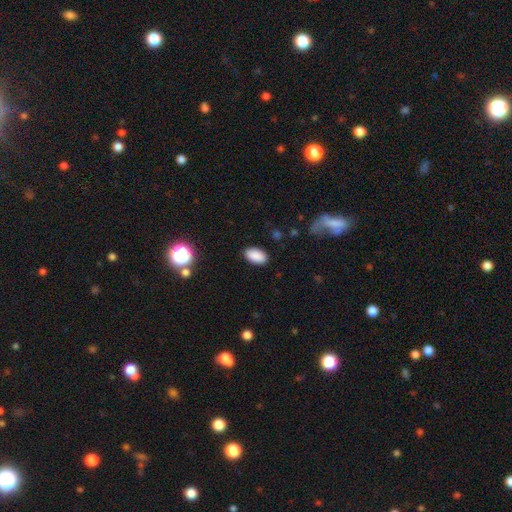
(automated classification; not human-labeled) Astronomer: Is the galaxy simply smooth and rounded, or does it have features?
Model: smooth — 88%.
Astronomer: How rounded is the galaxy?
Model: in between — 93%.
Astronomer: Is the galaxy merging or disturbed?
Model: none — 88%.